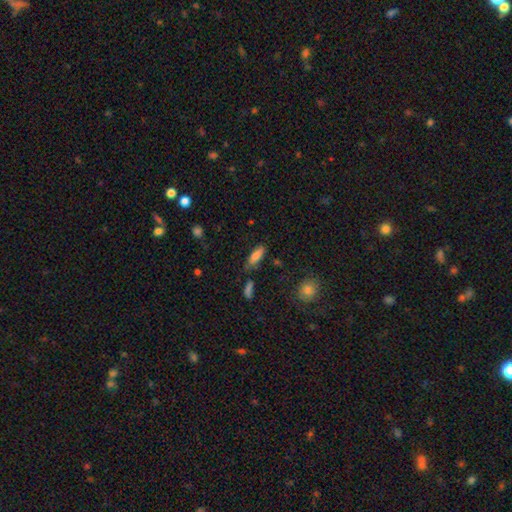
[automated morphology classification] A smooth galaxy with no disk features (80%) that is in between round and cigar-shaped (62%). Merging: none (70%).